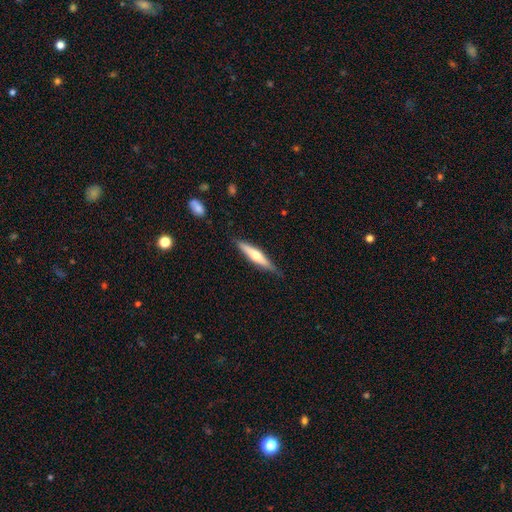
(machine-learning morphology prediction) A featured or disk galaxy (50%). Merging: none (82%).